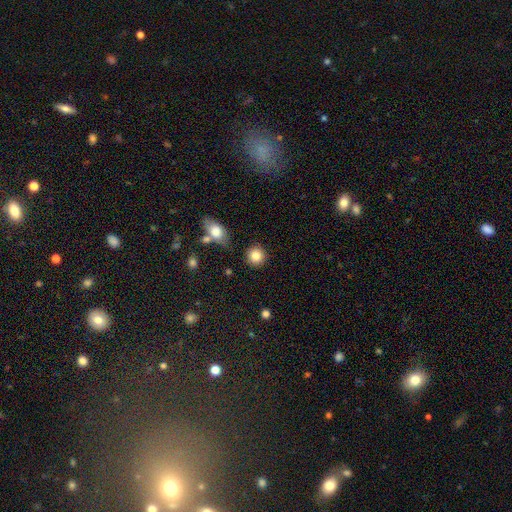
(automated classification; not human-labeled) Overall: smooth (84%). How rounded: round (90%). Merging: none (87%).